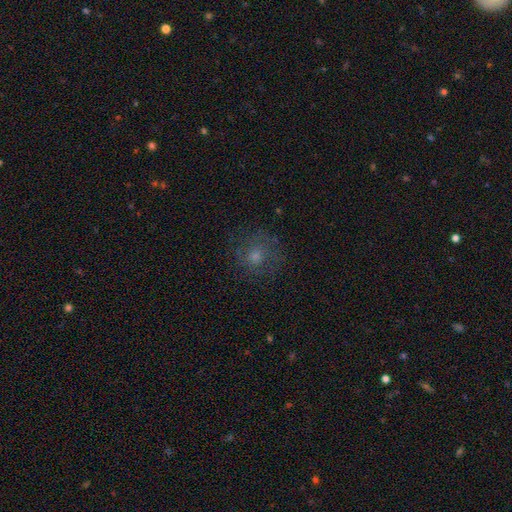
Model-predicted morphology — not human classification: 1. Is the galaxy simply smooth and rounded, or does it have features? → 58% smooth, 26% featured or disk, 16% star or artifact.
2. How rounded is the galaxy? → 88% round, 11% in between, 1% cigar-shaped.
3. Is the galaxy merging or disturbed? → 75% none, 14% minor disturbance, 9% major disturbance, 1% merger.